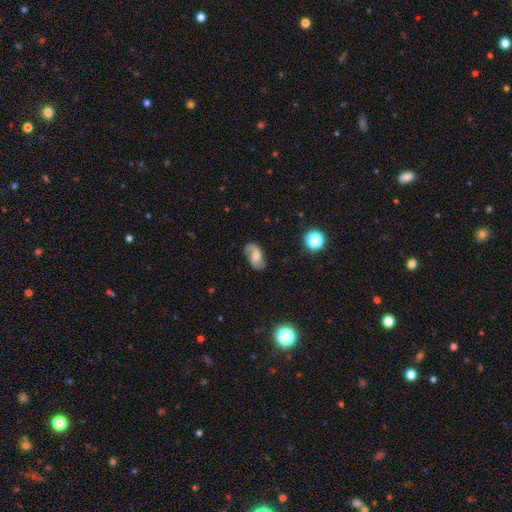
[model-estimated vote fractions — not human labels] smooth_or_featured: featured or disk (p=0.60) [alt: smooth p=0.30]
disk_edge_on: no (p=0.96) [alt: yes p=0.04]
bar: no (p=0.51) [alt: weak p=0.39]
has_spiral_arms: yes (p=0.91) [alt: no p=0.09]
spiral_winding: loose (p=0.44) [alt: medium p=0.40]
spiral_arm_count: 2 (p=0.84) [alt: 1 p=0.07]
bulge_size: moderate (p=0.32) [alt: small p=0.24]
merging: none (p=0.72) [alt: minor disturbance p=0.19]